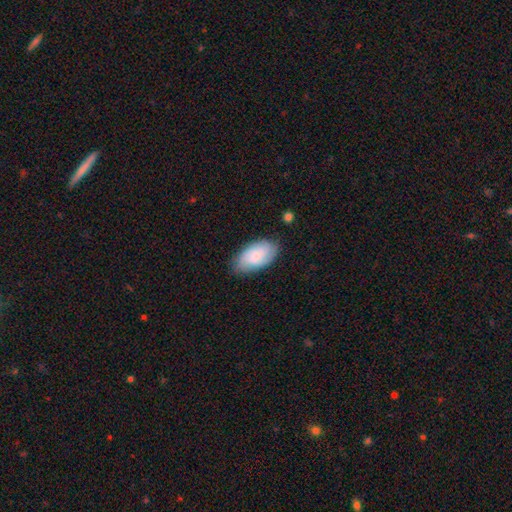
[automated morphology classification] Smooth or featured? smooth (66%)
How rounded? in between (94%)
Merging? none (76%)